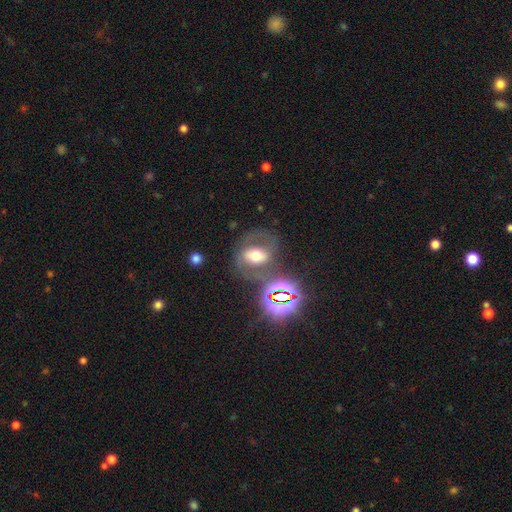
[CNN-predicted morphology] The model was most divided on "smooth or featured": featured or disk: 48%, smooth: 33%, star or artifact: 18%. More confident: merging — none (64%).